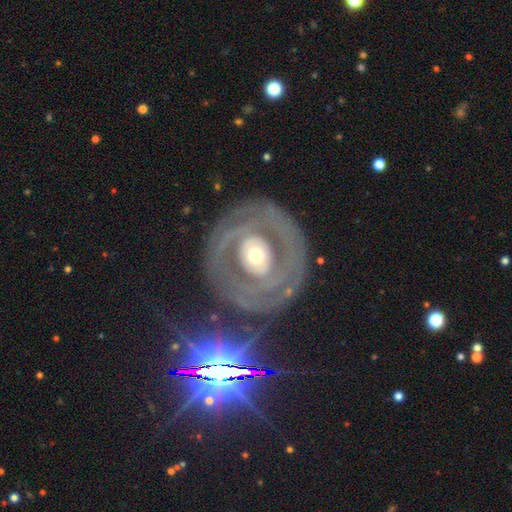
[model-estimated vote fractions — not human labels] Q: Smooth or featured?
A: featured or disk (76%); runner-up: smooth (18%)
Q: Edge-on disk?
A: no (96%); runner-up: yes (4%)
Q: Bar?
A: no (71%); runner-up: weak (18%)
Q: Spiral arms?
A: yes (59%); runner-up: no (41%)
Q: Bulge size?
A: moderate (68%); runner-up: small (15%)
Q: Merging?
A: none (69%); runner-up: minor disturbance (14%)